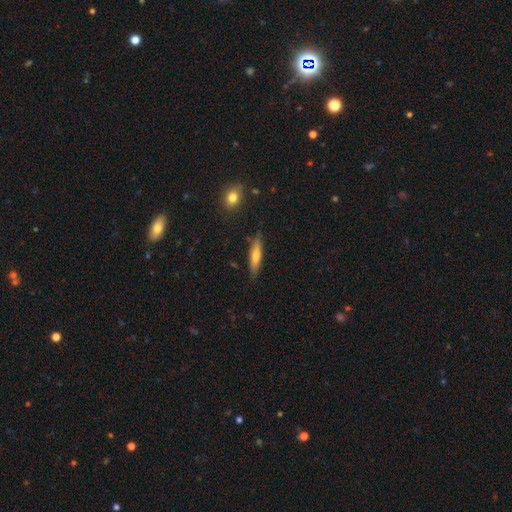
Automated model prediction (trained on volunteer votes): The model was most divided on "smooth or featured": smooth: 59%, featured or disk: 34%, star or artifact: 7%. More confident: how rounded — cigar-shaped (85%); merging — none (83%).